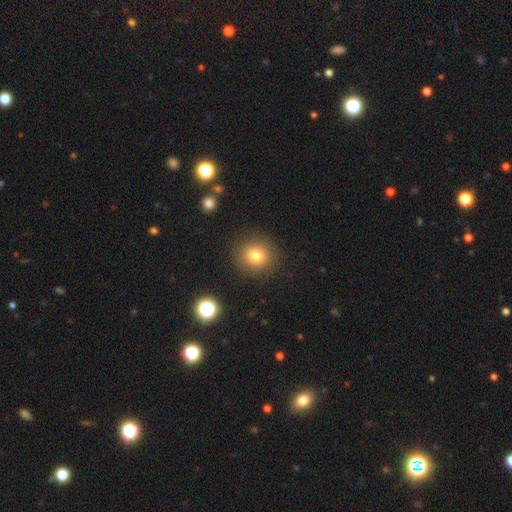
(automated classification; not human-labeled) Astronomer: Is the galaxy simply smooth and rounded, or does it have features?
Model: smooth — 78%.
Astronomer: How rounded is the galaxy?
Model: round — 86%.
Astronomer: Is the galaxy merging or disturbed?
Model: none — 88%.